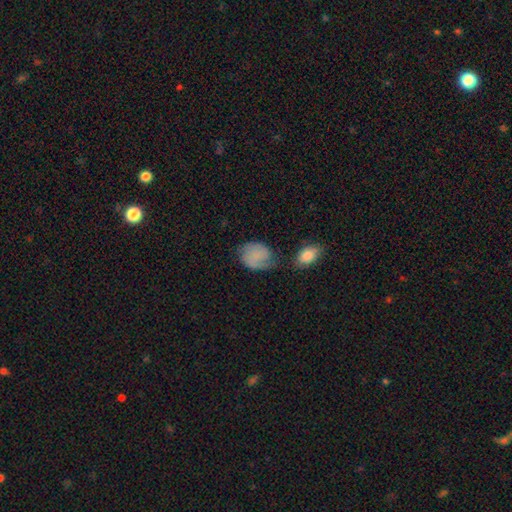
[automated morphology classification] Overall: smooth (54%; featured or disk 38%). How rounded: in between (59%; round 40%). Merging: none (51%; minor disturbance 27%).